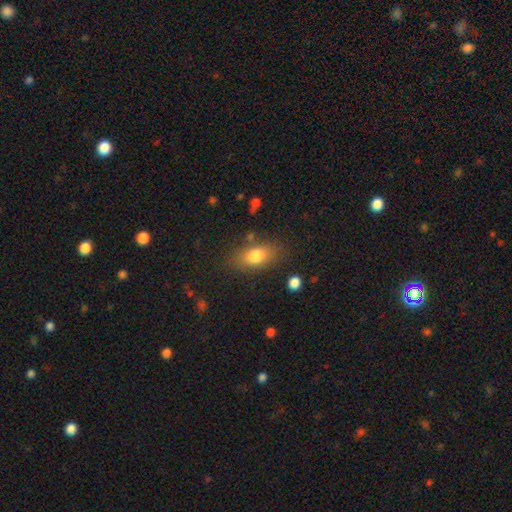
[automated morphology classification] Smooth or featured?
  - smooth: 78% *
  - featured or disk: 13%
  - star or artifact: 9%
How rounded?
  - in between: 83% *
  - round: 11%
  - cigar-shaped: 6%
Merging?
  - none: 77% *
  - minor disturbance: 15%
  - major disturbance: 5%
  - merger: 3%